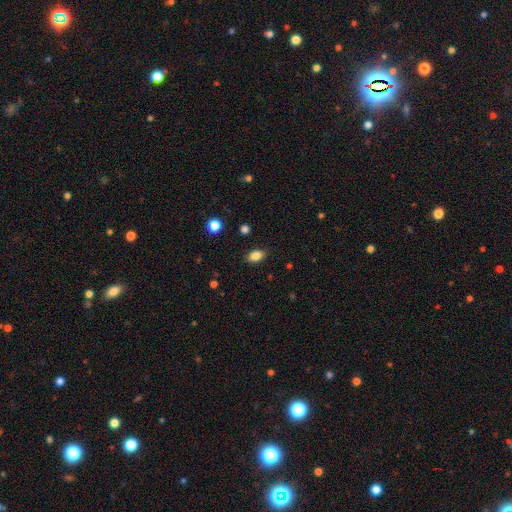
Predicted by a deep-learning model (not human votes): This is clearly a smooth galaxy (85%). How rounded: clearly in between (86%). Merging: clearly none (87%).